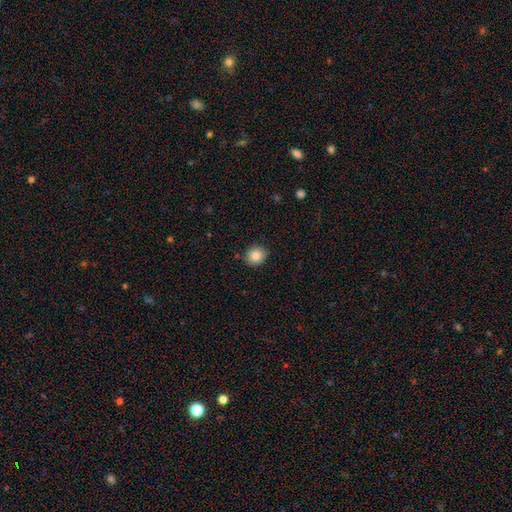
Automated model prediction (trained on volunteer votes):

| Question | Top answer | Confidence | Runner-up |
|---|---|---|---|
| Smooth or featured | smooth | 86% | star or artifact (9%) |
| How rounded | round | 76% | in between (23%) |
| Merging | none | 88% | minor disturbance (9%) |